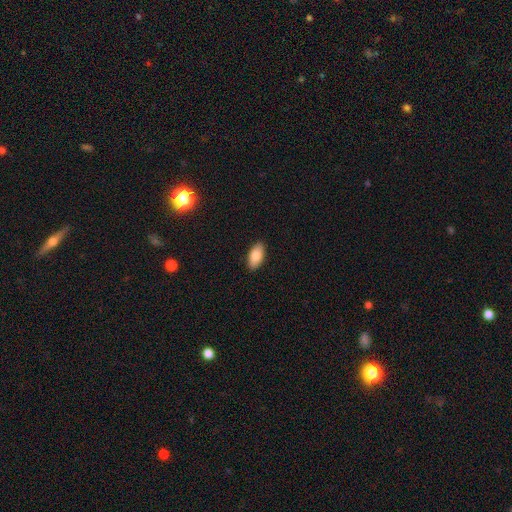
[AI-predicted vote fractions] Q: Smooth or featured?
A: smooth (84%); runner-up: featured or disk (9%)
Q: How rounded?
A: in between (93%); runner-up: cigar-shaped (5%)
Q: Merging?
A: none (90%); runner-up: minor disturbance (7%)